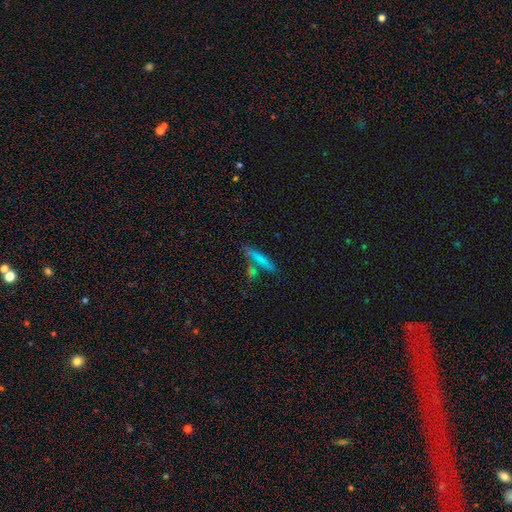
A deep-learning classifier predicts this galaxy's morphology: Smooth or featured? smooth (56%)
How rounded? cigar-shaped (88%)
Merging? none (72%)